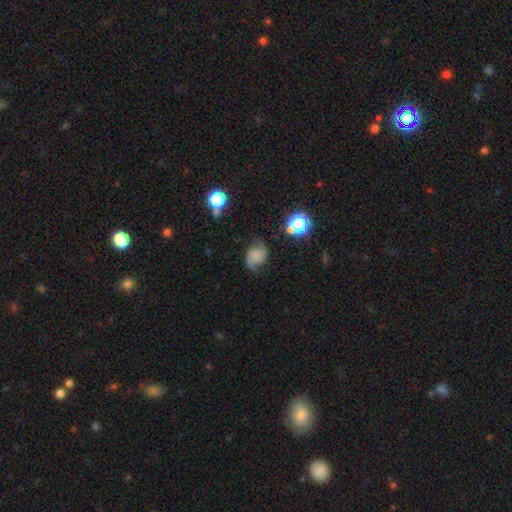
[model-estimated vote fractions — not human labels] Smooth or featured? featured or disk (67%)
Edge-on disk? no (98%)
Bar? no (69%)
Spiral arms? yes (95%)
Spiral winding? medium (45%)
Spiral arm count? 2 (91%)
Bulge size? none (49%)
Merging? none (69%)